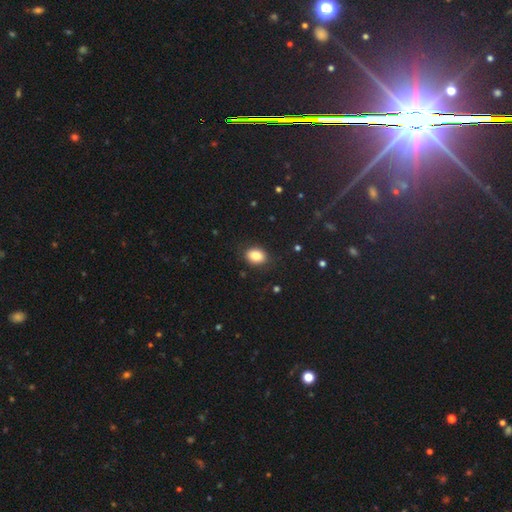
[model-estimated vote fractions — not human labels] Smooth or featured? smooth (86%)
How rounded? in between (76%)
Merging? none (85%)